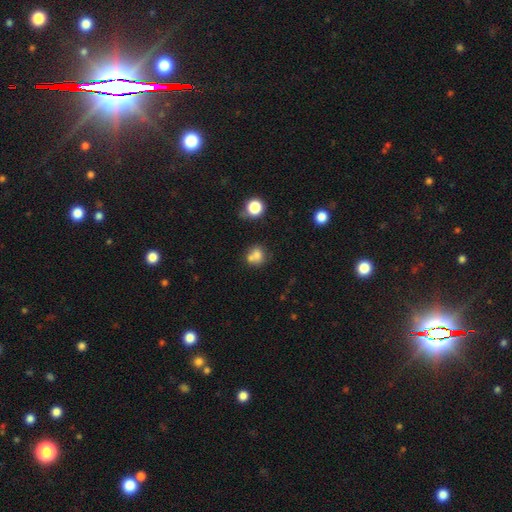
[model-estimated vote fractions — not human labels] The model was most divided on "merging": merger: 44%, none: 42%, minor disturbance: 10%, major disturbance: 4%. More confident: how rounded — round (78%); smooth or featured — smooth (73%).